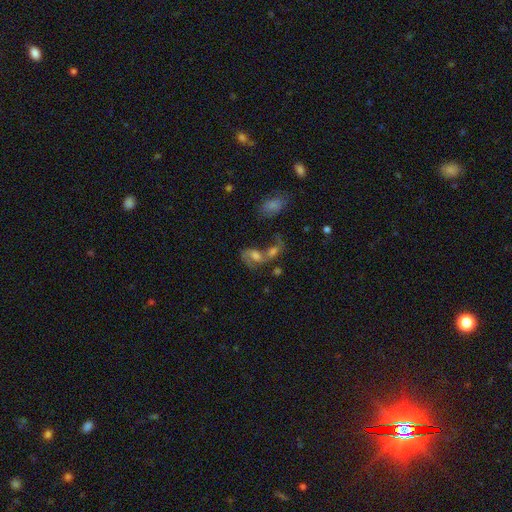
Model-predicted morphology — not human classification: Smooth or featured? Predicted: featured or disk (p=0.50). Edge-on disk? Predicted: no (p=0.95). Merging? Predicted: merger (p=0.59).